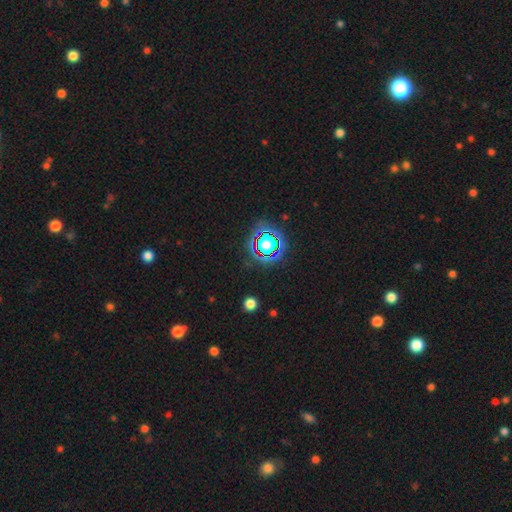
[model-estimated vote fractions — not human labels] Smooth or featured? Predicted: star or artifact (p=0.80).